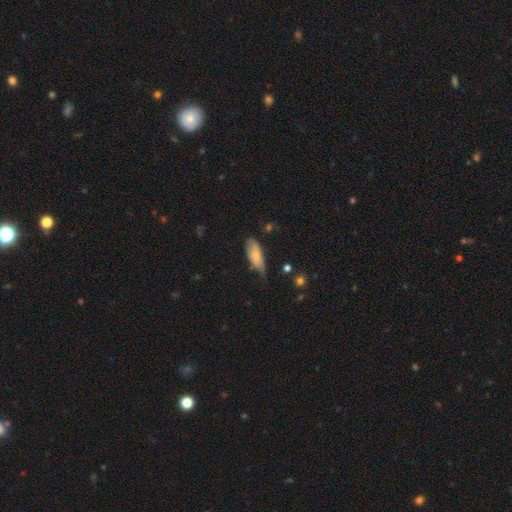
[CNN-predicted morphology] Q: Smooth or featured?
A: smooth (74%); runner-up: featured or disk (20%)
Q: How rounded?
A: in between (77%); runner-up: cigar-shaped (21%)
Q: Merging?
A: minor disturbance (43%); tied with: none (43%)